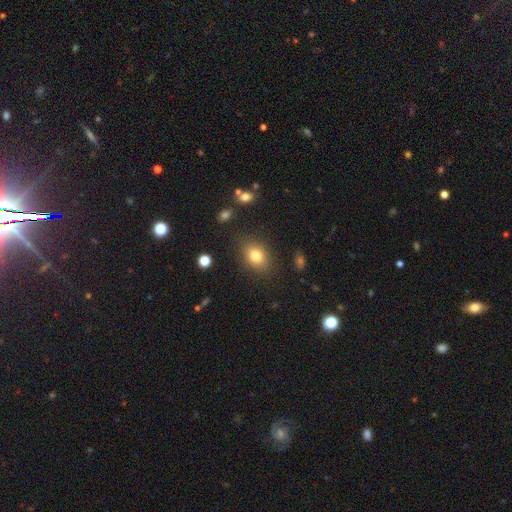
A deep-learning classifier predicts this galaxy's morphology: smooth 80%, star or artifact 11%, featured or disk 9%. Down the decision tree: how rounded — in between (66%); merging — none (83%).